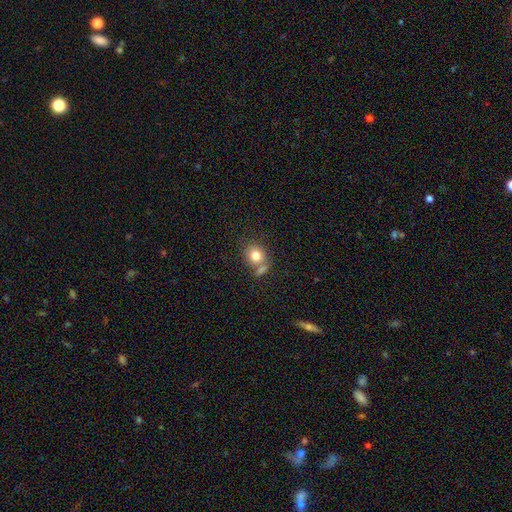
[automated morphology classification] type=smooth (79%); roundness=round (72%); merging=none (52%).